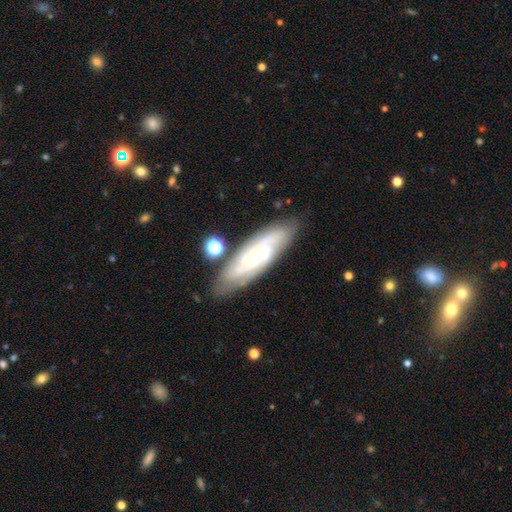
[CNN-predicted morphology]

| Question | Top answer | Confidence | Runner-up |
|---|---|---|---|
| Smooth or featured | featured or disk | 76% | smooth (18%) |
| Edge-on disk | no | 86% | yes (14%) |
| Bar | no | 68% | weak (26%) |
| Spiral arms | yes | 94% | no (6%) |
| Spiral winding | tight | 64% | medium (29%) |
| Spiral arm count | can't tell | 36% | 2 (26%) |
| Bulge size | small | 76% | moderate (16%) |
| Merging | none | 77% | minor disturbance (15%) |